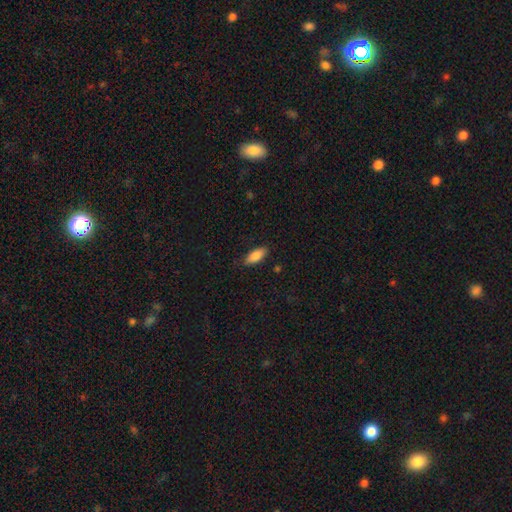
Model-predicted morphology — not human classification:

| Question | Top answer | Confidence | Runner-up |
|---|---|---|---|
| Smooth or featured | smooth | 82% | featured or disk (12%) |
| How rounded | in between | 77% | cigar-shaped (21%) |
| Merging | none | 84% | minor disturbance (12%) |